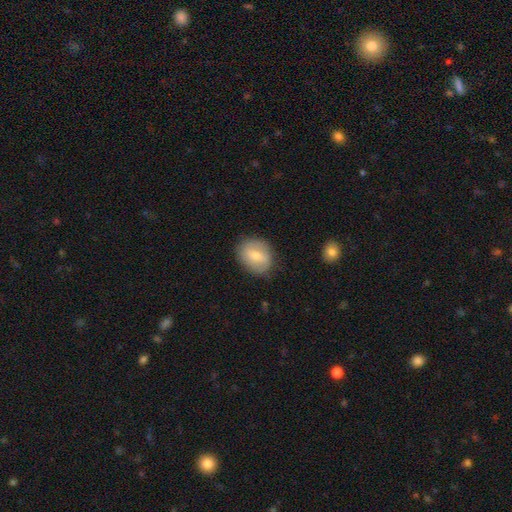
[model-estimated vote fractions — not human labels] Q: Smooth or featured?
A: smooth (63%); runner-up: featured or disk (30%)
Q: How rounded?
A: round (59%); runner-up: in between (40%)
Q: Merging?
A: none (81%); runner-up: minor disturbance (14%)